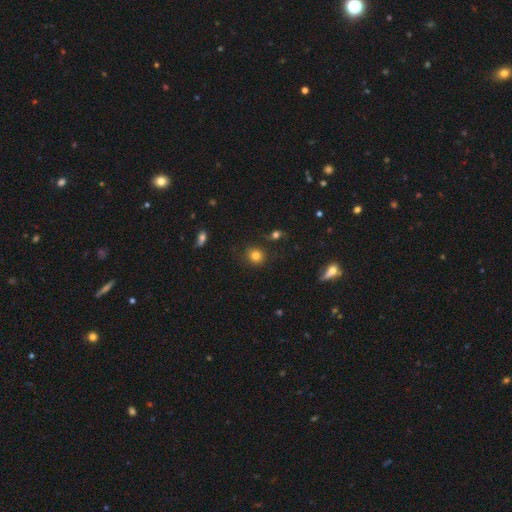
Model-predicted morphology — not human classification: Smooth or featured? smooth (80%)
How rounded? round (88%)
Merging? none (85%)